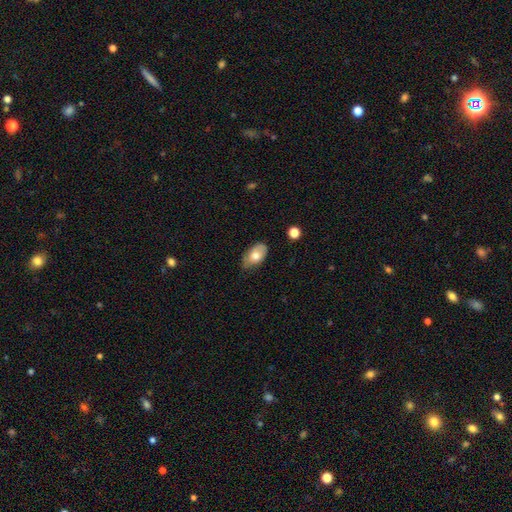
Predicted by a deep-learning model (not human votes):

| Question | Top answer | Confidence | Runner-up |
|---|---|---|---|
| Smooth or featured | smooth | 67% | featured or disk (26%) |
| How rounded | in between | 93% | round (5%) |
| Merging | none | 70% | minor disturbance (24%) |